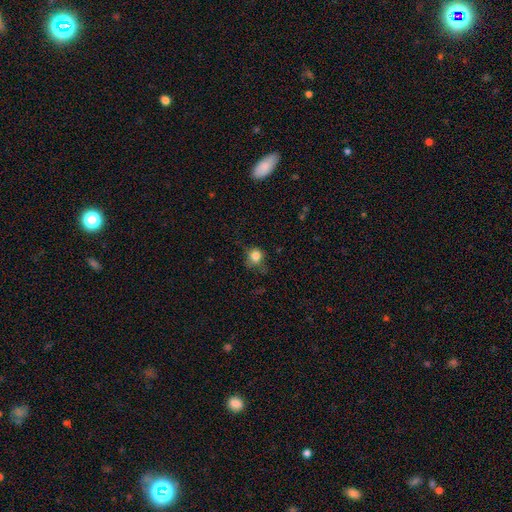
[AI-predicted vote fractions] Q: Smooth or featured?
A: smooth (82%); runner-up: star or artifact (11%)
Q: How rounded?
A: round (83%); runner-up: in between (16%)
Q: Merging?
A: none (63%); runner-up: minor disturbance (26%)